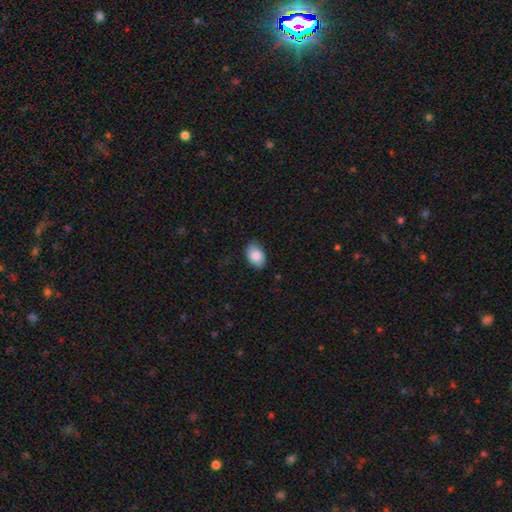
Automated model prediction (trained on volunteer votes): A smooth galaxy with no disk features (84%) that is in between round and cigar-shaped (87%).

Vote fractions:
- Smooth or featured? smooth: 84% / featured or disk: 9% / star or artifact: 7%
- How rounded? in between: 87% / round: 12% / cigar-shaped: 1%
- Merging? none: 76% / minor disturbance: 20% / major disturbance: 4% / merger: 1%